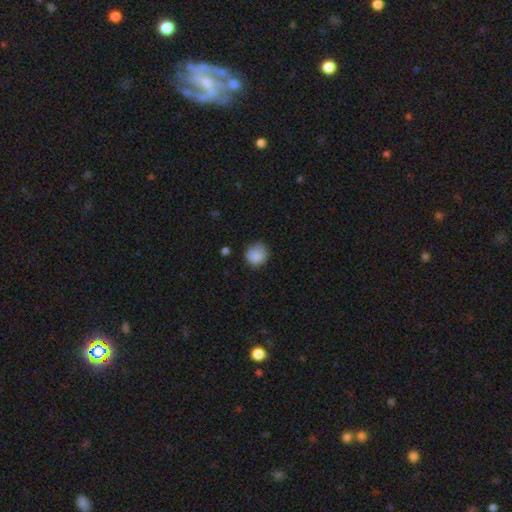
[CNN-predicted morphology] Smooth or featured? Predicted: smooth (p=0.86). How rounded? Predicted: round (p=0.87). Merging? Predicted: none (p=0.69).